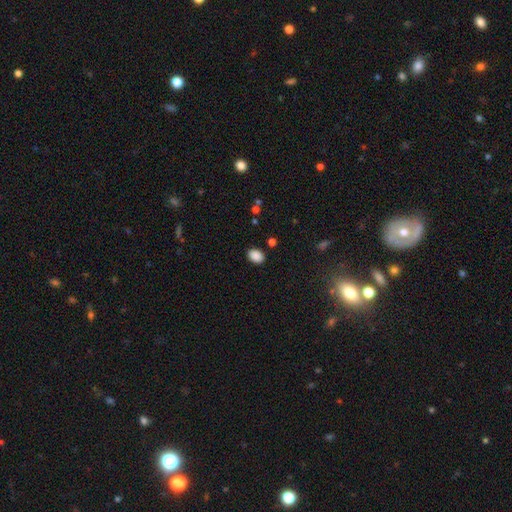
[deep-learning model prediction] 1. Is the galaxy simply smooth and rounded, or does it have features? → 88% smooth, 9% star or artifact, 3% featured or disk.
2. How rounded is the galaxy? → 74% in between, 25% round, 1% cigar-shaped.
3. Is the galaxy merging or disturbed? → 87% none, 9% minor disturbance, 3% major disturbance, 2% merger.